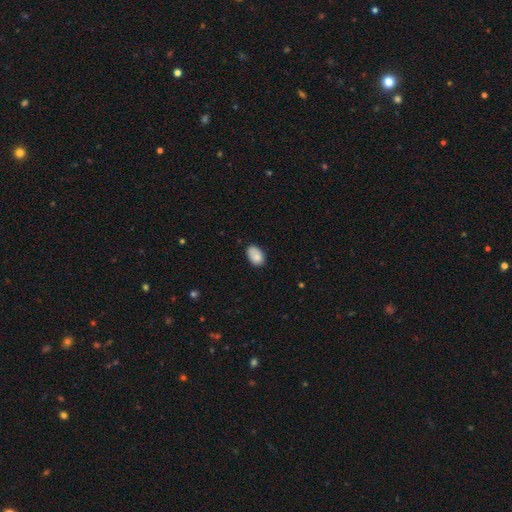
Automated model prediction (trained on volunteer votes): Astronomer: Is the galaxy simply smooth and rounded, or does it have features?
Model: smooth — 83%.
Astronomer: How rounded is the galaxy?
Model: in between — 89%.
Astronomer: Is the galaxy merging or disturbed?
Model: none — 70%.